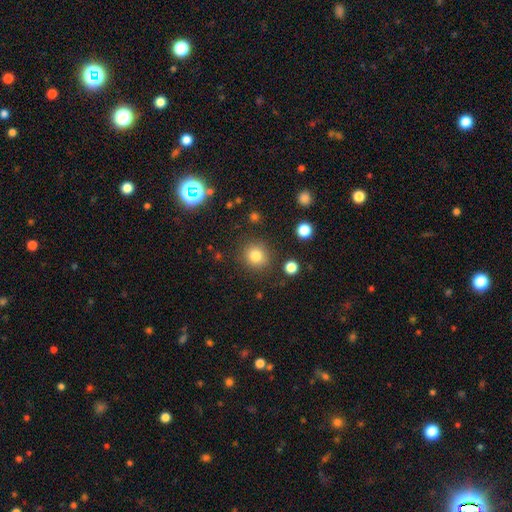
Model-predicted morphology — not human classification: Q: Smooth or featured?
A: smooth (81%); runner-up: star or artifact (12%)
Q: How rounded?
A: round (91%); runner-up: in between (8%)
Q: Merging?
A: none (86%); runner-up: minor disturbance (8%)